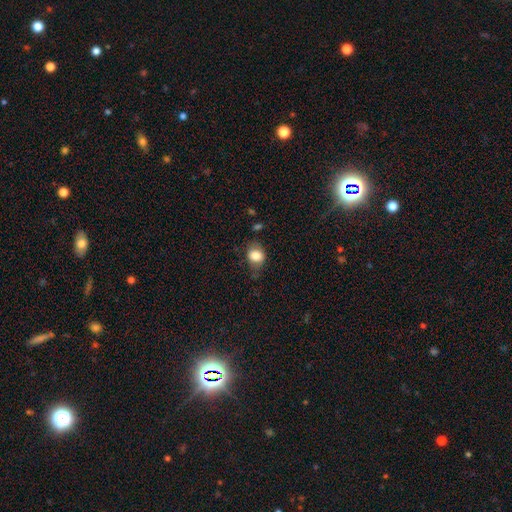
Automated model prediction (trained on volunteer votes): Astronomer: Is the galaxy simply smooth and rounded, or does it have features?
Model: smooth — 81%.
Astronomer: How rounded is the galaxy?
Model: round — 51% (runner-up: in between, 48%).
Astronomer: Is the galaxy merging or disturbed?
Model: none — 60%.